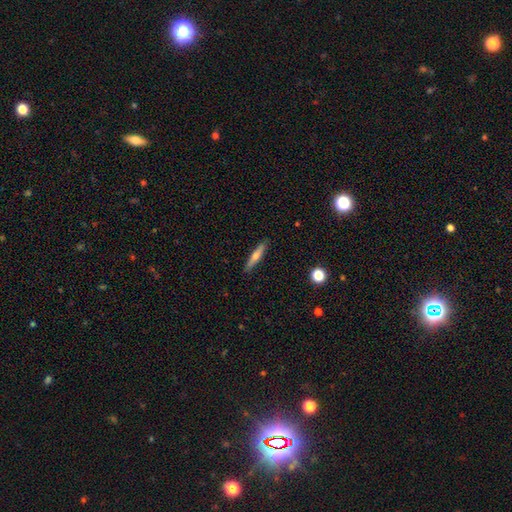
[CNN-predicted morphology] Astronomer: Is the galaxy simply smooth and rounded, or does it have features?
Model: smooth — 55% (runner-up: featured or disk, 39%).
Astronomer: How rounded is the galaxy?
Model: cigar-shaped — 90%.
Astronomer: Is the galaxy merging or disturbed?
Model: none — 88%.